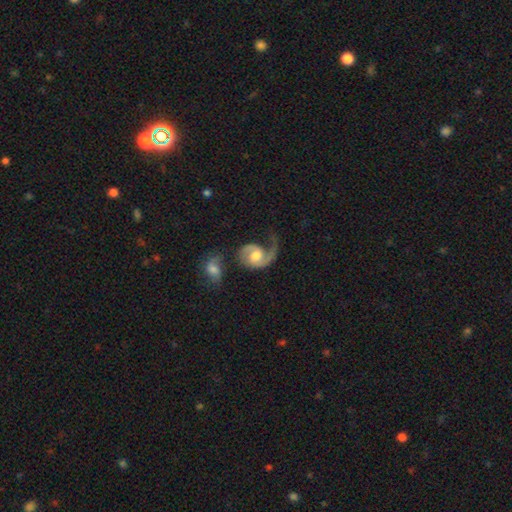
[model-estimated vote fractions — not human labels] Q: Smooth or featured?
A: featured or disk (85%); runner-up: smooth (10%)
Q: Edge-on disk?
A: no (98%); runner-up: yes (2%)
Q: Bar?
A: no (54%); runner-up: weak (38%)
Q: Spiral arms?
A: yes (96%); runner-up: no (4%)
Q: Spiral winding?
A: medium (44%); runner-up: loose (39%)
Q: Spiral arm count?
A: 2 (48%); runner-up: 1 (47%)
Q: Bulge size?
A: moderate (64%); runner-up: large (20%)
Q: Merging?
A: none (39%); runner-up: major disturbance (27%)